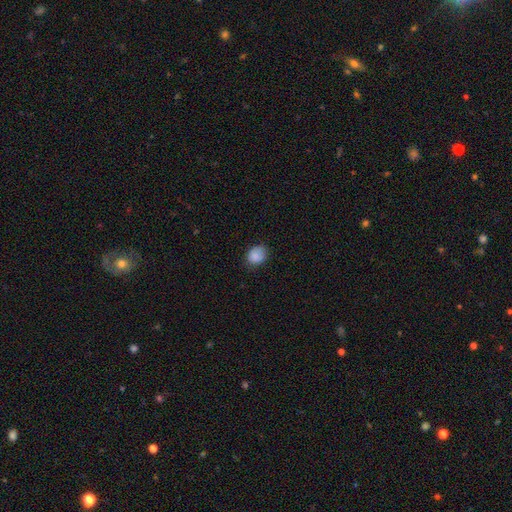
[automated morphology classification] This appears to be a smooth galaxy with no disk features (87%) that is in between round and cigar-shaped (50%). Merging: none (69%).